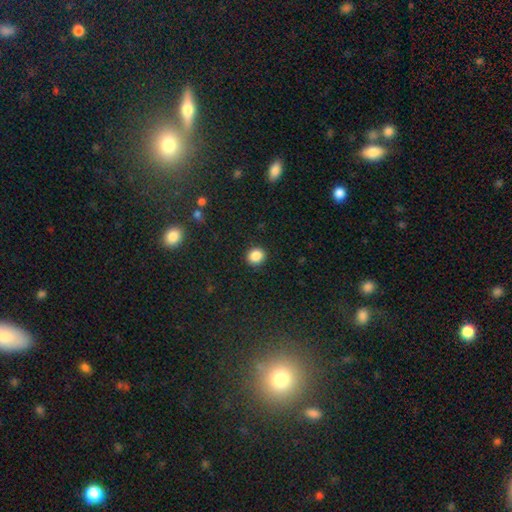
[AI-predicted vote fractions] smooth 86%, star or artifact 10%, featured or disk 4%. Down the decision tree: how rounded — round (85%); merging — none (91%).